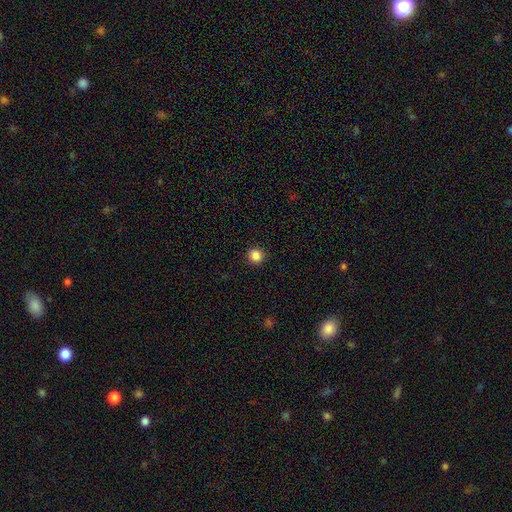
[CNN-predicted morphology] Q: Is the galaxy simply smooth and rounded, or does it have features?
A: smooth — 87%.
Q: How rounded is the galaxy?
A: round — 94%.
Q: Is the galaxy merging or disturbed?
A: none — 92%.